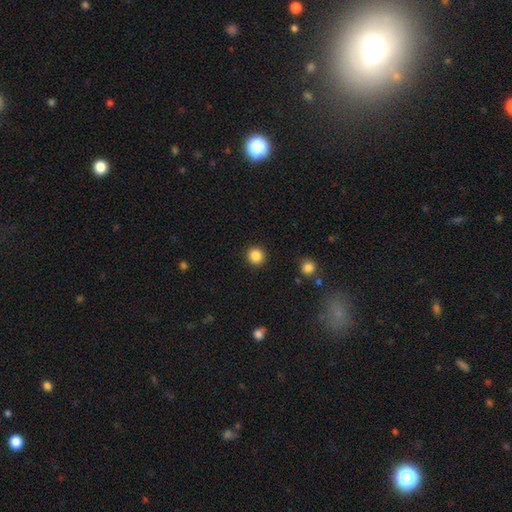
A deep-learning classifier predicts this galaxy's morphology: Smooth or featured? Predicted: smooth (p=0.86). How rounded? Predicted: round (p=0.93). Merging? Predicted: none (p=0.92).